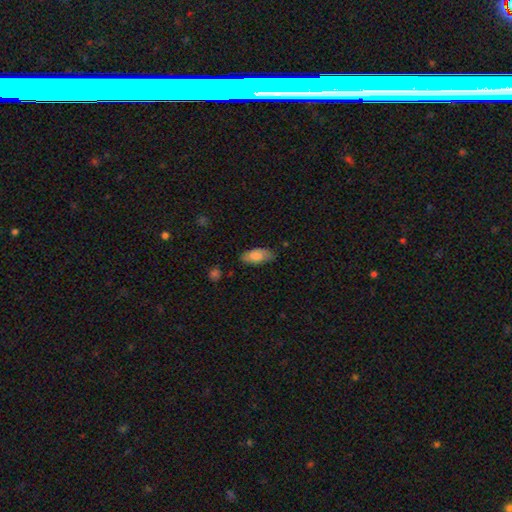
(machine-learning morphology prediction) Overall: smooth (79%). How rounded: in between (87%). Merging: none (74%).